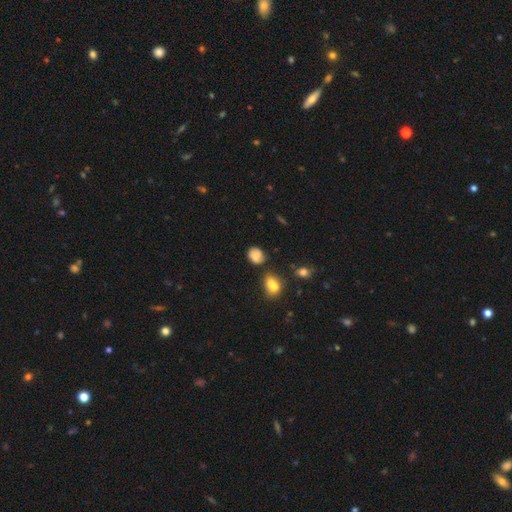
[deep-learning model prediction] This is likely a smooth galaxy (78%). How rounded: possibly round (54%). Merging: likely none (63%).